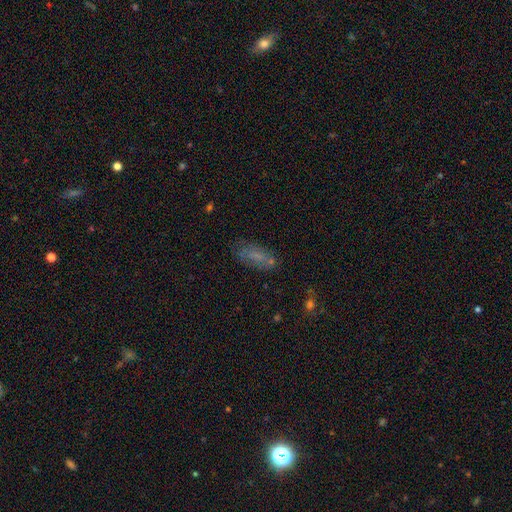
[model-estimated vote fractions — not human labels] This appears to be a smooth galaxy with no disk features (63%) that is in between round and cigar-shaped (70%). Merging: none (63%).